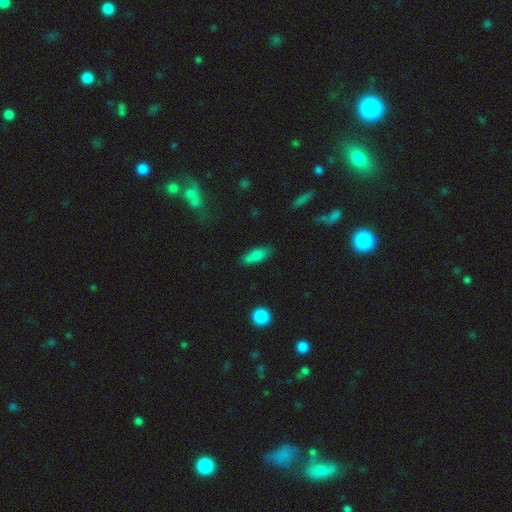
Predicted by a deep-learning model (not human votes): The model was most divided on "how rounded": in between: 69%, cigar-shaped: 28%, round: 3%. More confident: smooth or featured — smooth (82%); merging — none (81%).